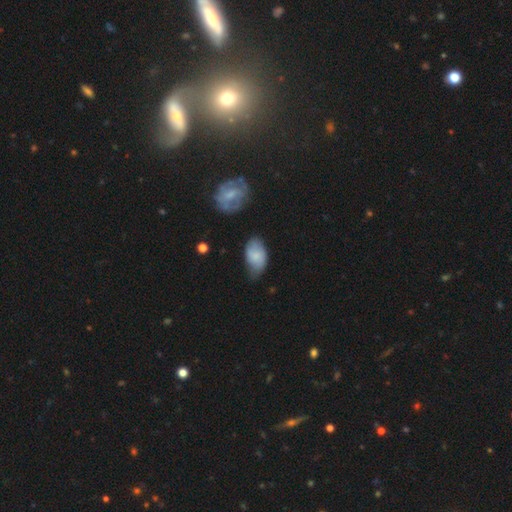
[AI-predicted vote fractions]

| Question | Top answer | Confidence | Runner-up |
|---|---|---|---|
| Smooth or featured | smooth | 75% | featured or disk (18%) |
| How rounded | in between | 92% | round (6%) |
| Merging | none | 49% | minor disturbance (38%) |